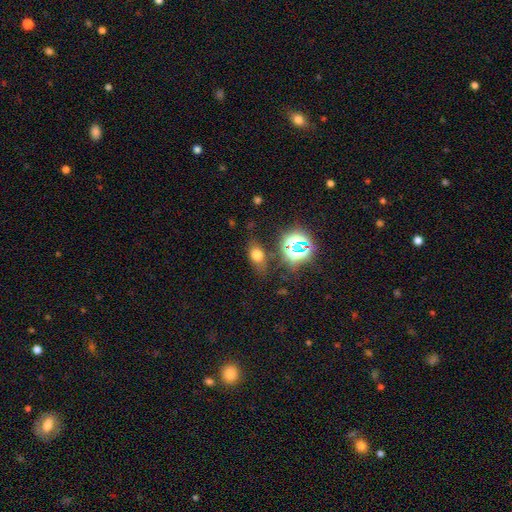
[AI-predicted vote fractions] Q: Smooth or featured?
A: smooth (63%); runner-up: star or artifact (25%)
Q: How rounded?
A: in between (71%); runner-up: round (24%)
Q: Merging?
A: none (71%); runner-up: minor disturbance (17%)